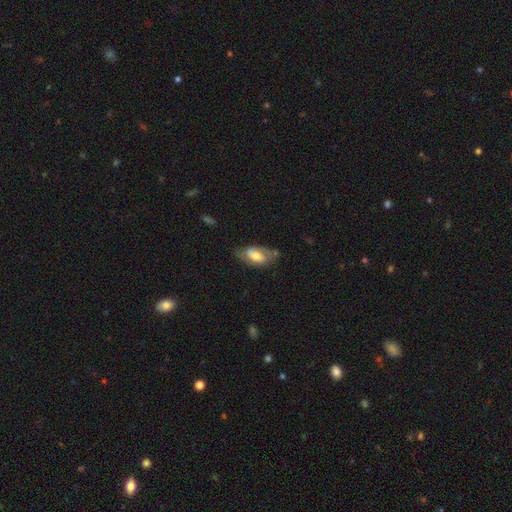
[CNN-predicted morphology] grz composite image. It shows a featured or disk galaxy (47%). Merging: none (55%).